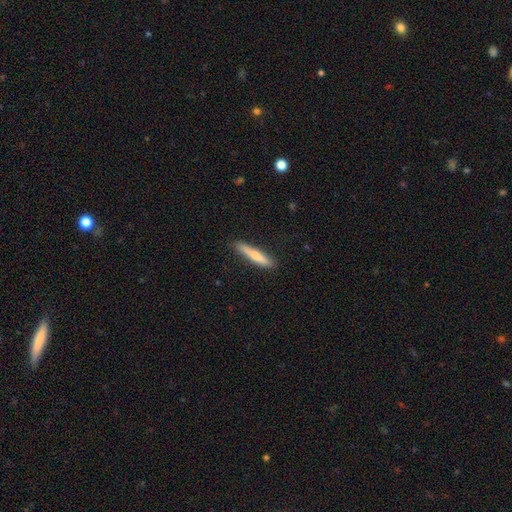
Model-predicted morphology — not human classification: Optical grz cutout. It shows a smooth galaxy with no disk features (74%) that is cigar-shaped (91%). Merging: none (85%).